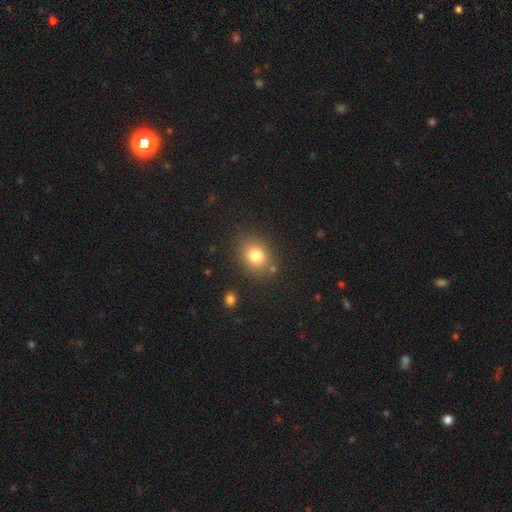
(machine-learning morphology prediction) type=smooth (79%); roundness=round (54%); merging=none (82%).